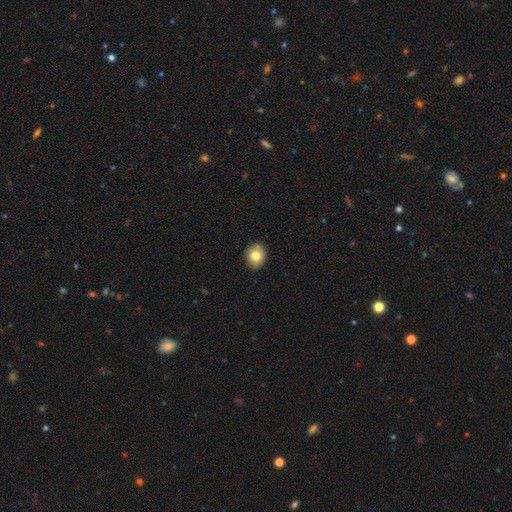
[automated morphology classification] Smooth or featured? smooth (80%)
How rounded? round (71%)
Merging? none (85%)